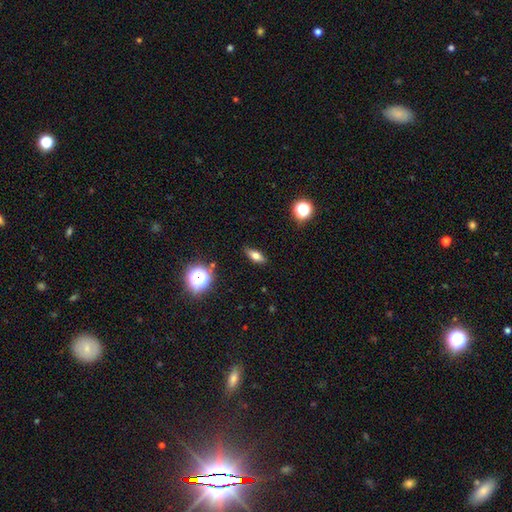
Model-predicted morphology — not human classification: smooth-or-featured: smooth: 67% | featured or disk: 20% | star or artifact: 13%
  how-rounded: in between: 69% | cigar-shaped: 23% | round: 8%
  merging: none: 86% | minor disturbance: 10% | major disturbance: 2% | merger: 1%